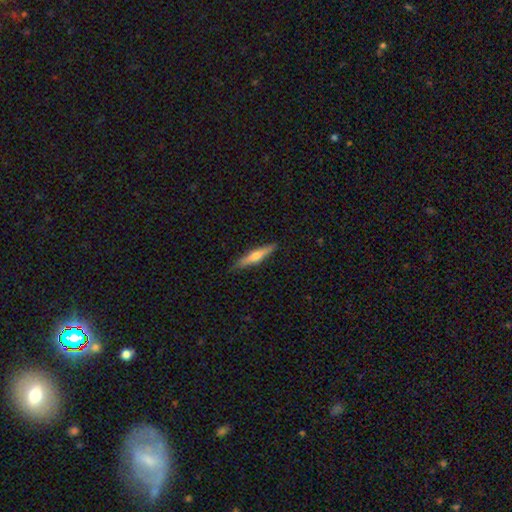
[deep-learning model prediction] Morphology: type=smooth (47%, tied with featured or disk); merging=none (87%).